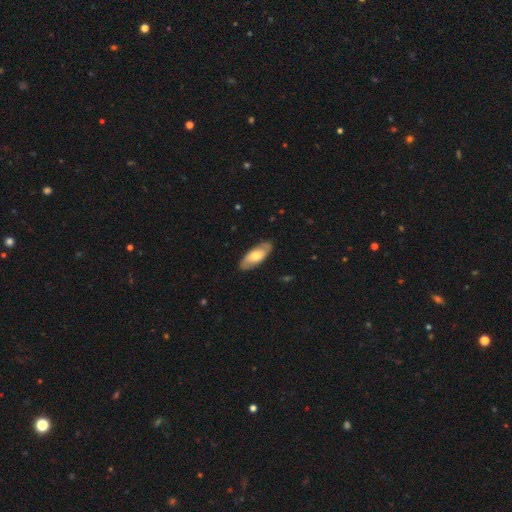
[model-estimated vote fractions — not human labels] A smooth galaxy with no disk features (53%) that is in between round and cigar-shaped (82%).

Vote fractions:
- Smooth or featured? smooth: 53% / featured or disk: 41% / star or artifact: 5%
- How rounded? in between: 82% / cigar-shaped: 16% / round: 2%
- Merging? none: 85% / minor disturbance: 12% / major disturbance: 2% / merger: 1%